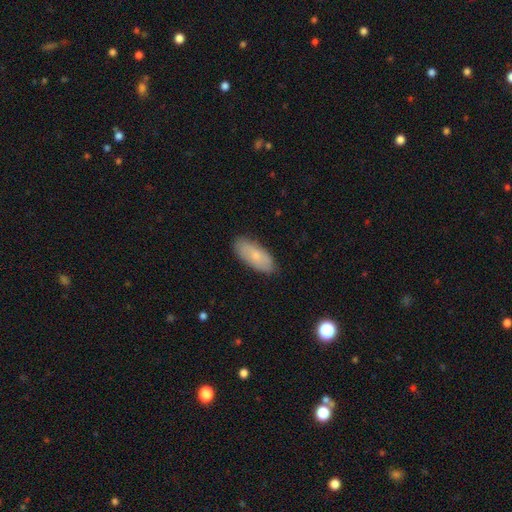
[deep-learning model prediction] This appears to be a smooth galaxy with no disk features (74%) that is in between round and cigar-shaped (85%). Merging: none (84%).